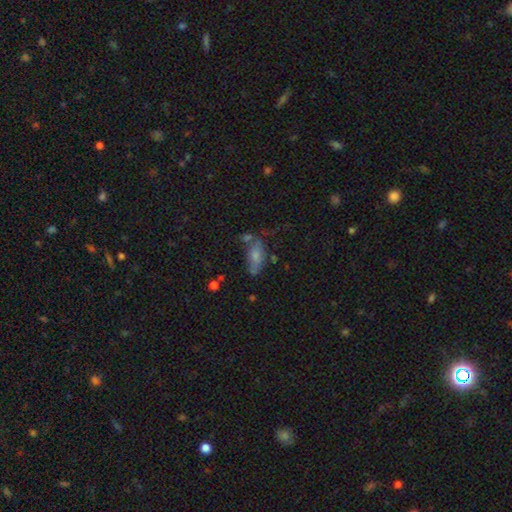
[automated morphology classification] Smooth or featured?
  - smooth: 67% *
  - featured or disk: 23%
  - star or artifact: 10%
How rounded?
  - in between: 80% *
  - cigar-shaped: 17%
  - round: 4%
Merging?
  - none: 47% *
  - minor disturbance: 25%
  - merger: 16%
  - major disturbance: 12%